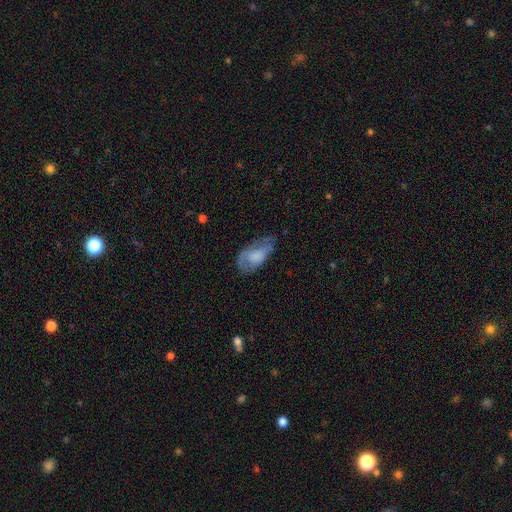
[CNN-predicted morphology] smooth_or_featured: smooth (p=0.60) [alt: featured or disk p=0.32]
how_rounded: in between (p=0.91) [alt: cigar-shaped p=0.05]
merging: none (p=0.42) [alt: minor disturbance p=0.33]